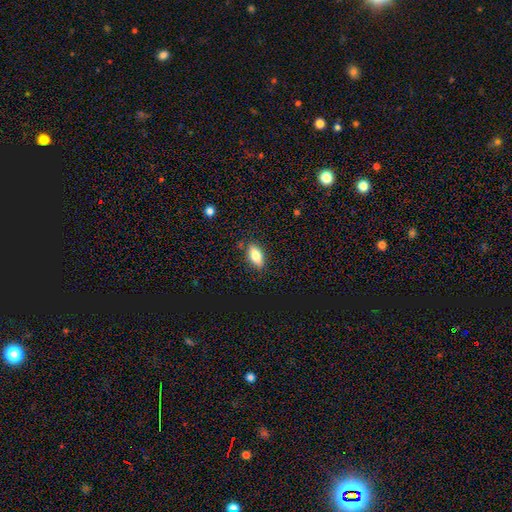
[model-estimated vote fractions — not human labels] A smooth galaxy with no disk features (74%) that is in between round and cigar-shaped (83%).

Vote fractions:
- Smooth or featured? smooth: 74% / featured or disk: 18% / star or artifact: 8%
- How rounded? in between: 83% / cigar-shaped: 13% / round: 4%
- Merging? none: 84% / minor disturbance: 12% / major disturbance: 3% / merger: 2%